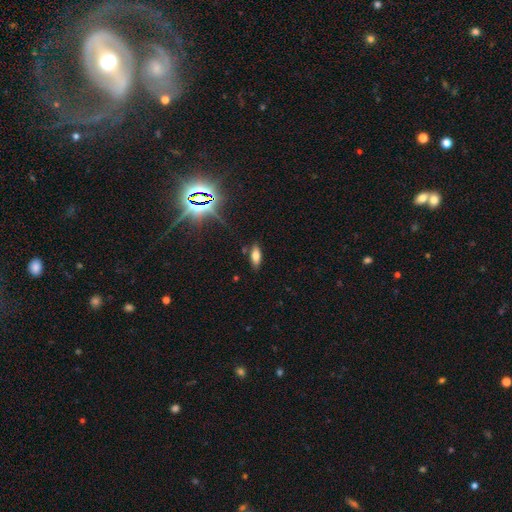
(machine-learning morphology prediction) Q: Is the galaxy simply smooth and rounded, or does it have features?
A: smooth — 70%.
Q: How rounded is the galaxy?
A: in between — 77%.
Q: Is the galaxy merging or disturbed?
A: none — 84%.